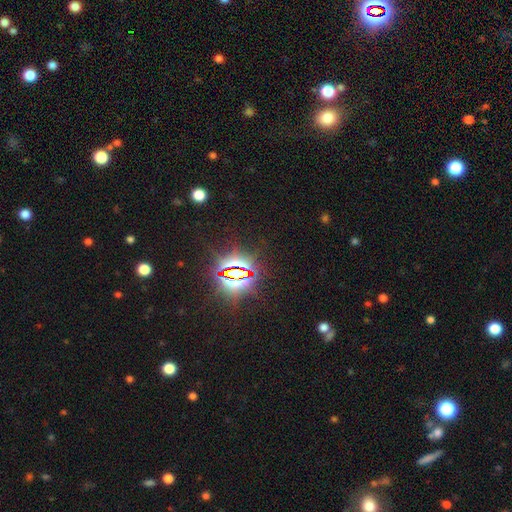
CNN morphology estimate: Overall: star or artifact (82%).